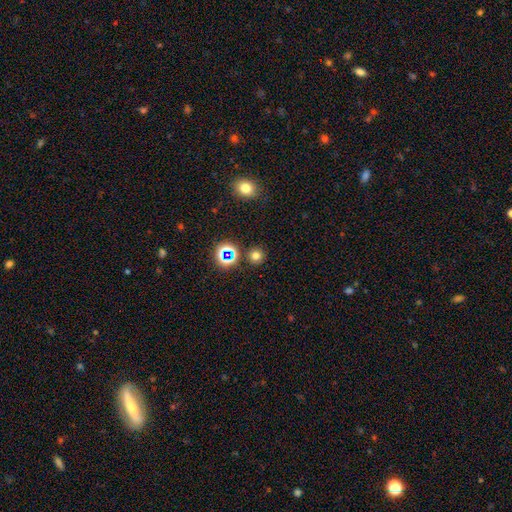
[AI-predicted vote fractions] smooth-or-featured: smooth: 69% | star or artifact: 25% | featured or disk: 6%
  how-rounded: round: 92% | in between: 7% | cigar-shaped: 1%
  merging: none: 87% | minor disturbance: 6% | merger: 4% | major disturbance: 3%